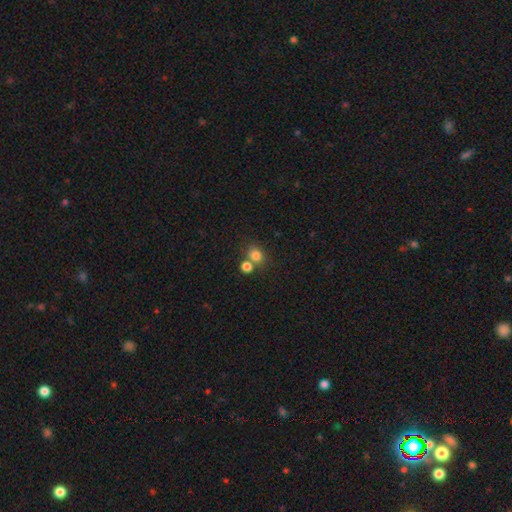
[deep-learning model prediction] smooth_or_featured: smooth (p=0.79) [alt: star or artifact p=0.13]
how_rounded: round (p=0.61) [alt: in between p=0.38]
merging: none (p=0.56) [alt: merger p=0.30]